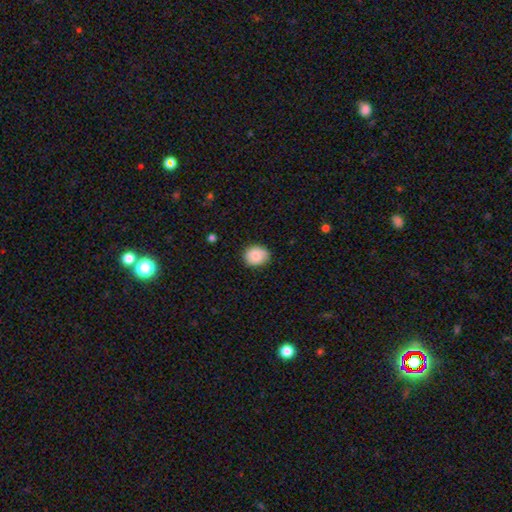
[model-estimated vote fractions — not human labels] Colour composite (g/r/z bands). It shows a smooth galaxy with no disk features (84%) that is round (62%). Merging: none (81%).